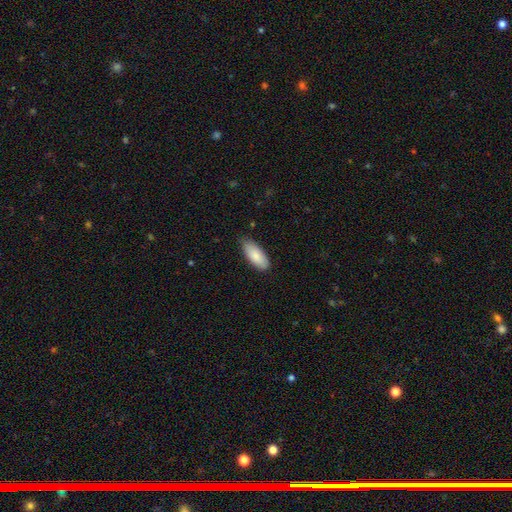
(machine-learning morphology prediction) type=smooth (85%); roundness=in between (83%); merging=none (77%).